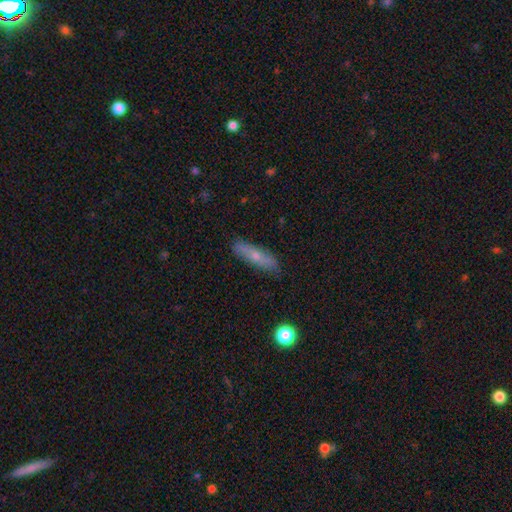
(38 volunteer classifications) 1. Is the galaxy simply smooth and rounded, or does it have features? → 55% smooth, 42% featured or disk, 3% star or artifact.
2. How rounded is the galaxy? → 62% cigar-shaped, 24% in between, 14% round.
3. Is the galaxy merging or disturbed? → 81% none, 11% minor disturbance, 5% major disturbance, 3% merger.